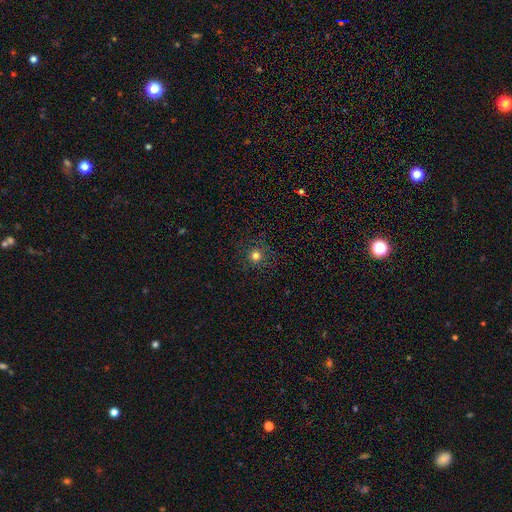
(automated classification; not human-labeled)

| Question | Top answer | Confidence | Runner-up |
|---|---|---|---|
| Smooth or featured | smooth | 76% | star or artifact (18%) |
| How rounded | round | 95% | in between (4%) |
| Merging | none | 88% | minor disturbance (8%) |